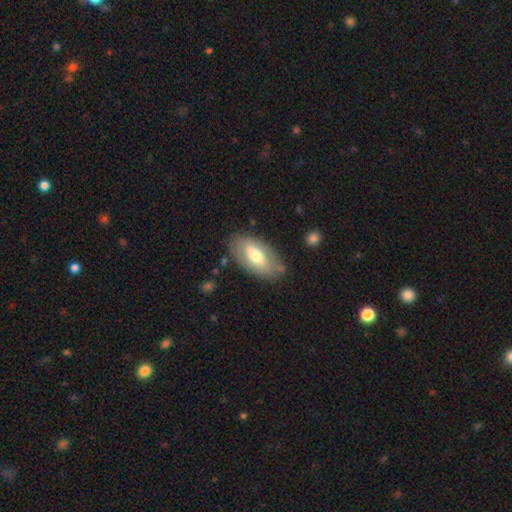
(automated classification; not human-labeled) This appears to be a smooth galaxy with no disk features (57%) that is in between round and cigar-shaped (93%). Merging: none (76%).